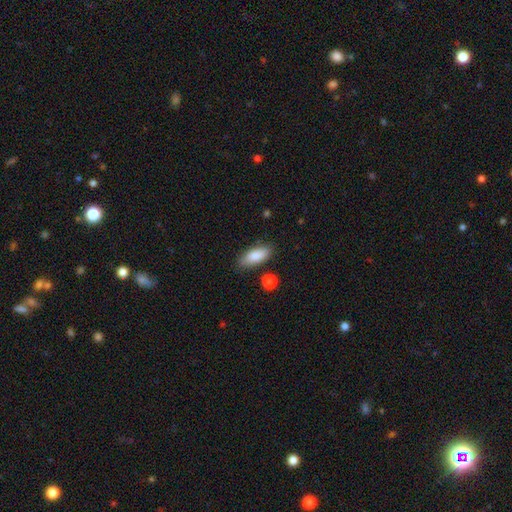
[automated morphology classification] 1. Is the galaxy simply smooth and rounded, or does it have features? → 86% smooth, 7% featured or disk, 6% star or artifact.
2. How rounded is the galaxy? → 79% in between, 19% cigar-shaped, 2% round.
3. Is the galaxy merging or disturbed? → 82% none, 12% minor disturbance, 3% merger, 3% major disturbance.